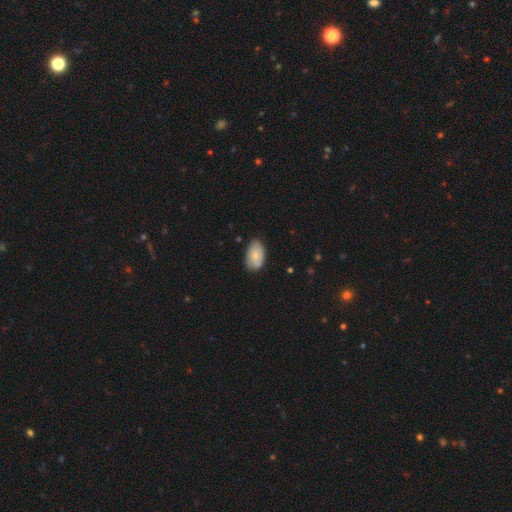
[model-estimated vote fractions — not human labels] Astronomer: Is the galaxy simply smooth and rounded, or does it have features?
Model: smooth — 73%.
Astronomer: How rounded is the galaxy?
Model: in between — 92%.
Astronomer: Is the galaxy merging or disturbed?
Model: none — 71%.